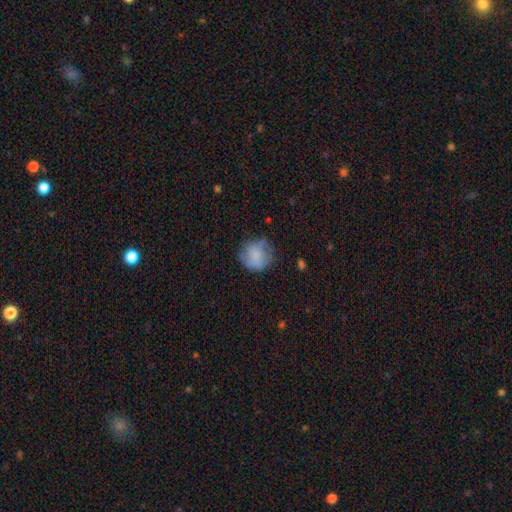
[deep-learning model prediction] Smooth or featured? smooth (71%)
How rounded? round (87%)
Merging? none (66%)